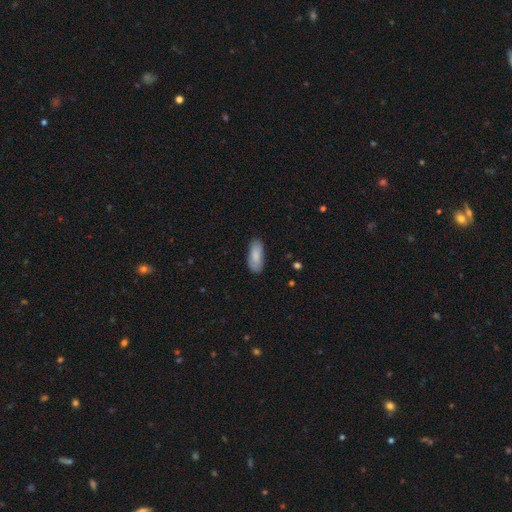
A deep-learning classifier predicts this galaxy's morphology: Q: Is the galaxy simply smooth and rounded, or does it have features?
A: smooth — 85%.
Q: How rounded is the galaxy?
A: in between — 81%.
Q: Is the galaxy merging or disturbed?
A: none — 81%.